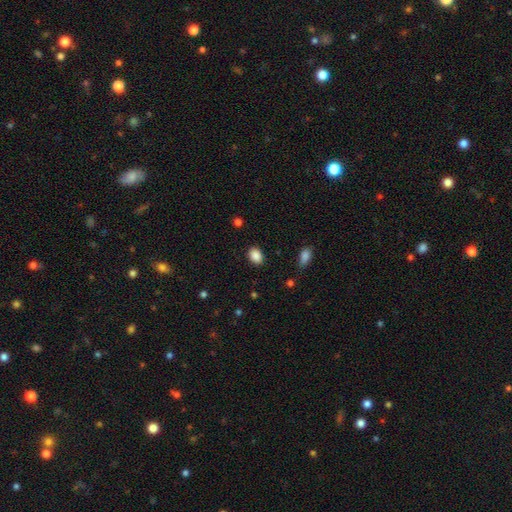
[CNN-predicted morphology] smooth-or-featured: smooth: 88% | star or artifact: 8% | featured or disk: 4%
  how-rounded: in between: 72% | round: 27% | cigar-shaped: 1%
  merging: none: 87% | minor disturbance: 9% | major disturbance: 3% | merger: 1%